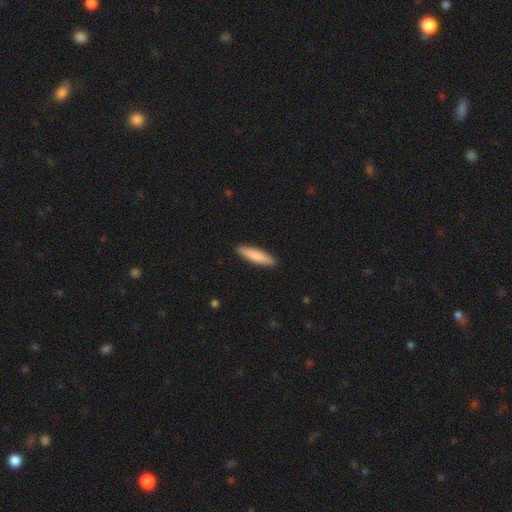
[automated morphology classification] smooth 82%, featured or disk 13%, star or artifact 5%. Down the decision tree: how rounded — cigar-shaped (81%); merging — none (91%).